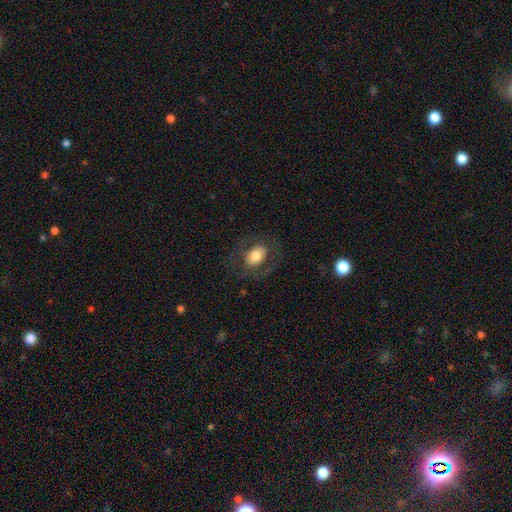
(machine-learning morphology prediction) smooth 67%, featured or disk 25%, star or artifact 8%. Down the decision tree: how rounded — in between (75%); merging — none (74%).